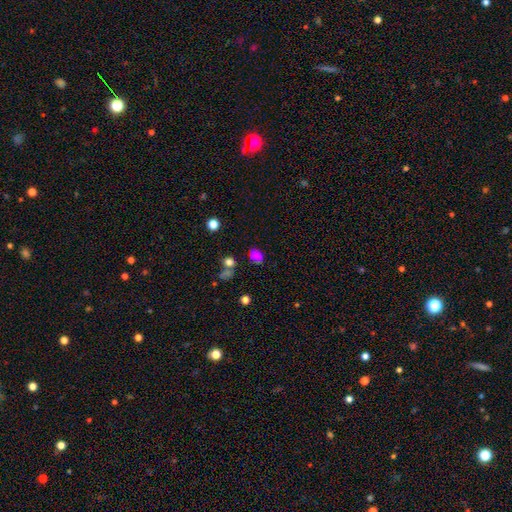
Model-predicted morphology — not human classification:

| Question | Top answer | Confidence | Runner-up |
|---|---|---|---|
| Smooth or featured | smooth | 70% | star or artifact (21%) |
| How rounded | in between | 68% | round (30%) |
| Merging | none | 60% | minor disturbance (20%) |